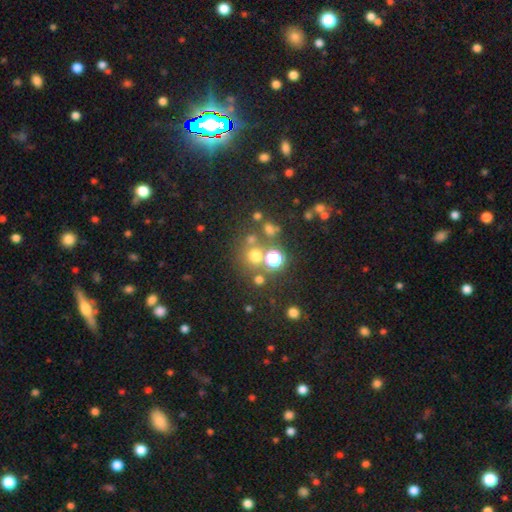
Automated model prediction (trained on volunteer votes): This is likely a smooth galaxy (60%). How rounded: clearly round (90%). Merging: likely none (68%).